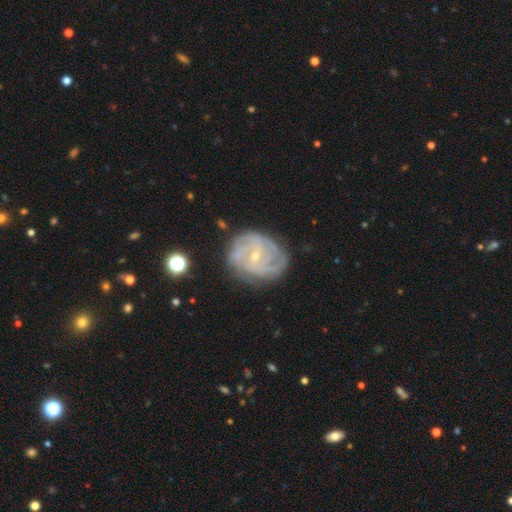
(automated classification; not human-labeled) Overall: featured or disk (87%). Edge-on disk: no (97%). Bar: no (44%, tied with weak). Spiral arms: yes (97%). Spiral arm count: 3 (25%; can't tell 23%). Spiral winding: tight (68%). Bulge size: small (76%). Merging: none (75%).